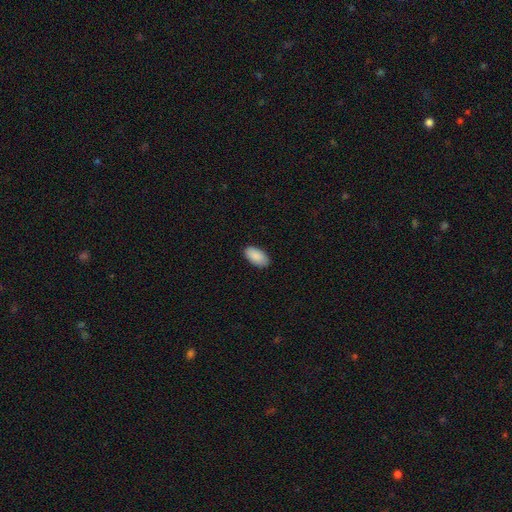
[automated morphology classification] smooth_or_featured: smooth (p=0.90) [alt: star or artifact p=0.06]
how_rounded: in between (p=0.96) [alt: round p=0.02]
merging: none (p=0.88) [alt: minor disturbance p=0.10]